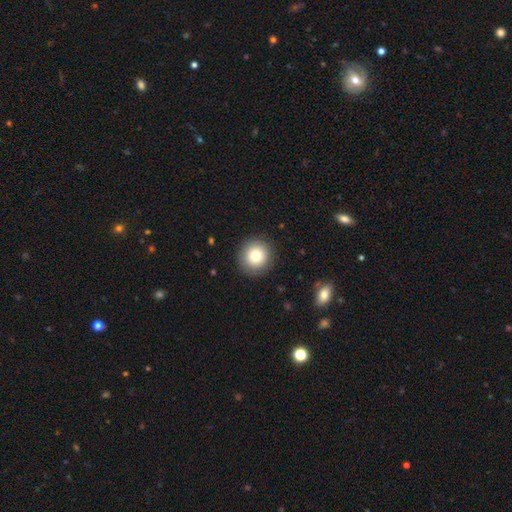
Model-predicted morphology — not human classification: Smooth or featured: smooth — 79% (featured or disk — 11%)
How rounded: round — 93% (in between — 6%)
Merging: none — 90% (minor disturbance — 7%)